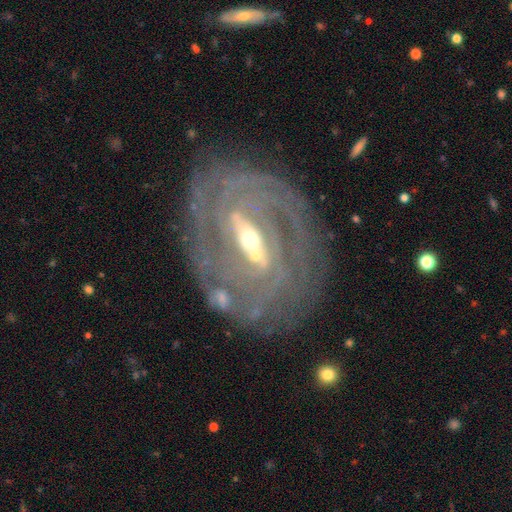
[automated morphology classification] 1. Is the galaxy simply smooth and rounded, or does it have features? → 88% featured or disk, 6% star or artifact, 5% smooth.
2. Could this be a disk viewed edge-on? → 93% no, 7% yes.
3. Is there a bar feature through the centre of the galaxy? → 56% strong, 25% weak, 19% no.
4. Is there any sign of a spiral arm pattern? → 93% yes, 7% no.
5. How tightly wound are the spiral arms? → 67% tight, 24% medium, 9% loose.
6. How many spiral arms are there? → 30% can't tell, 24% 2, 14% 3, 12% 4, 11% more than 4, 9% 1.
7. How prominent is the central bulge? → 48% small, 44% moderate, 5% large, 2% dominant, 2% none.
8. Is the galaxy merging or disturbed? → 62% none, 17% minor disturbance, 13% major disturbance, 8% merger.